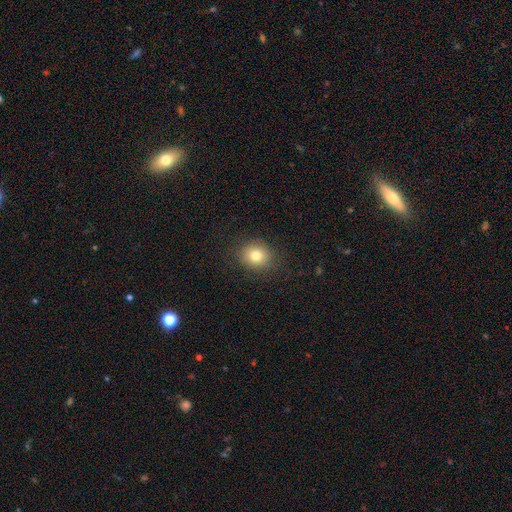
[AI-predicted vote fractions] Smooth or featured? Predicted: smooth (p=0.79). How rounded? Predicted: round (p=0.70). Merging? Predicted: none (p=0.87).